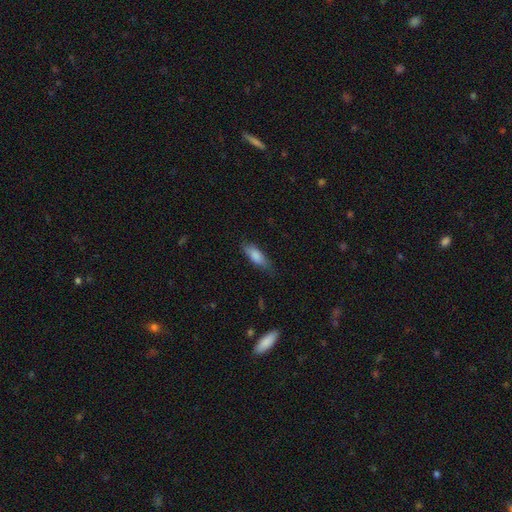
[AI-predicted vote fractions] Overall: smooth (82%). How rounded: in between (64%; cigar-shaped 34%). Merging: none (72%).